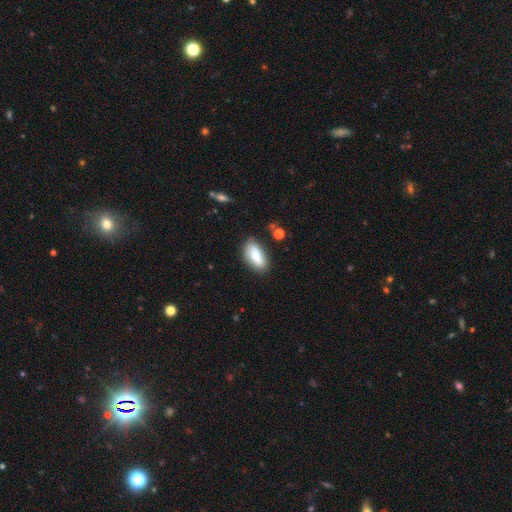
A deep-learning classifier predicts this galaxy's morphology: The model was most divided on "merging": none: 75%, minor disturbance: 18%, major disturbance: 4%, merger: 3%. More confident: how rounded — in between (85%); smooth or featured — smooth (76%).